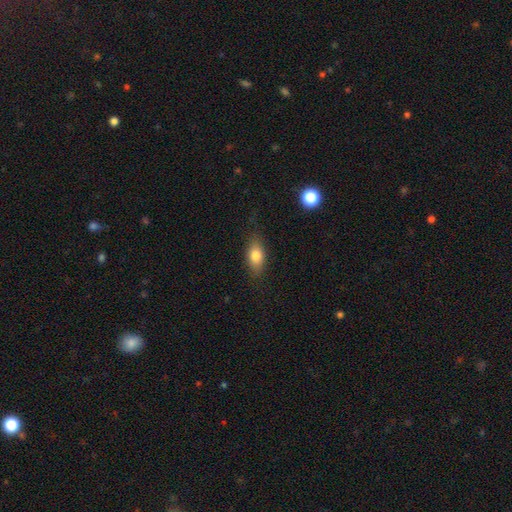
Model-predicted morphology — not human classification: type=smooth (79%); roundness=in between (83%); merging=none (80%).